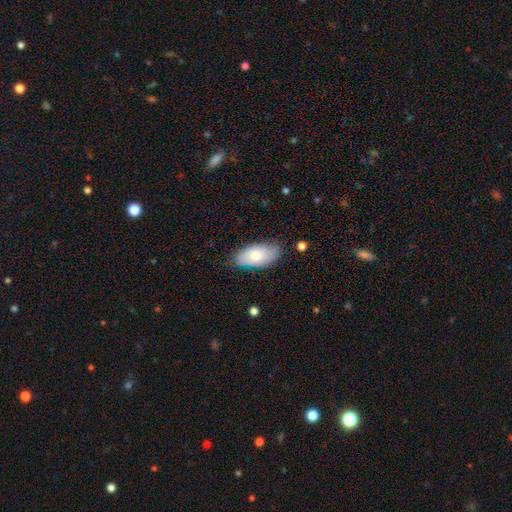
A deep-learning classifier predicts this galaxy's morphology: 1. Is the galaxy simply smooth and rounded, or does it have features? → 74% smooth, 20% featured or disk, 6% star or artifact.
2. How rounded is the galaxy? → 93% in between, 4% cigar-shaped, 3% round.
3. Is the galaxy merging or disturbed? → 71% none, 23% minor disturbance, 4% major disturbance, 2% merger.